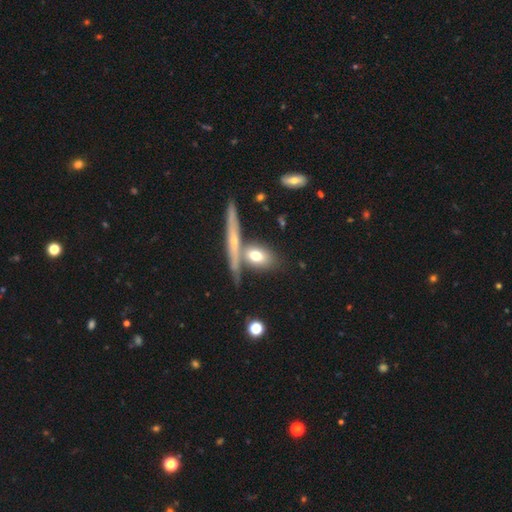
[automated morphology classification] This appears to be a smooth galaxy with no disk features (63%) that is in between round and cigar-shaped (48%). Merging: none (60%).